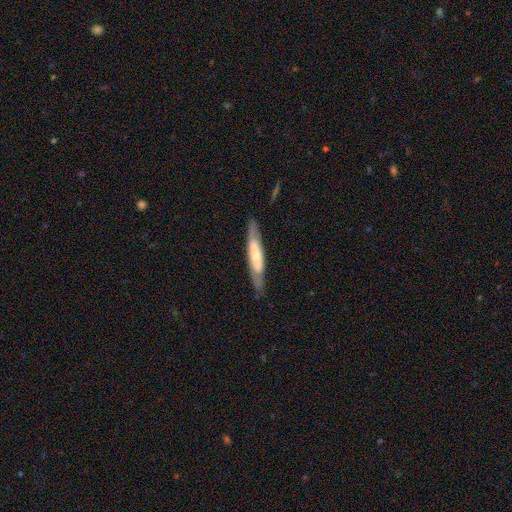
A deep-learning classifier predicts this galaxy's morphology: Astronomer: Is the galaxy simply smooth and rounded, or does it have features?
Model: featured or disk — 60%.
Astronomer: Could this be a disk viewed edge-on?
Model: yes — 59% (runner-up: no, 41%).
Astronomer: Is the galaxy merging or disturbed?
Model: none — 81%.